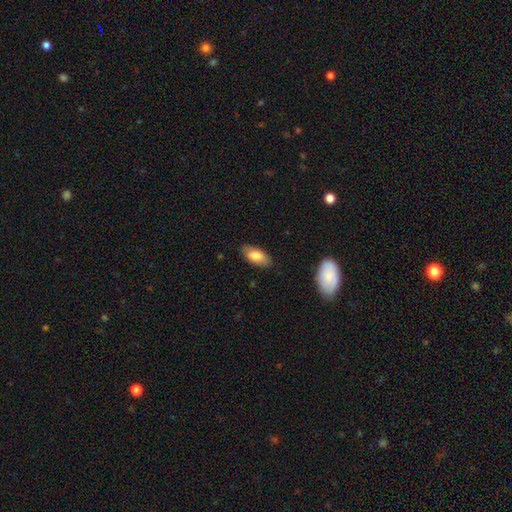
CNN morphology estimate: A smooth galaxy with no disk features (80%) that is in between round and cigar-shaped (89%). Merging: none (82%).